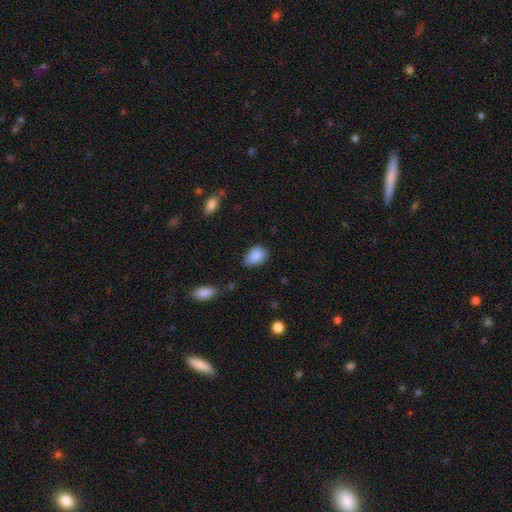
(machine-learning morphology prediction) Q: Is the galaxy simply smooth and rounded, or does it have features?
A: smooth — 88%.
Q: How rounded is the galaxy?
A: in between — 83%.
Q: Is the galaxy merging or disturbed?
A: none — 63%.